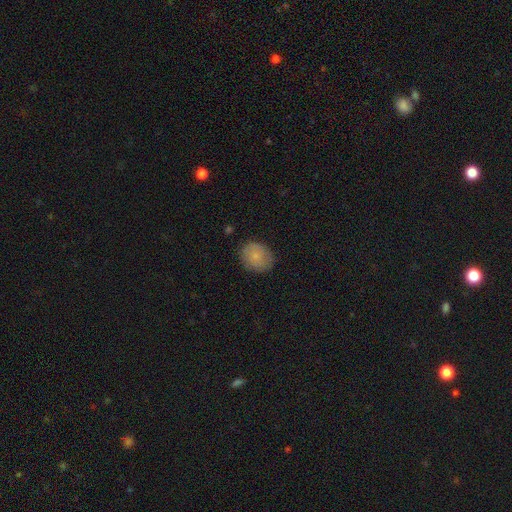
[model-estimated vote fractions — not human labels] Smooth or featured? Predicted: smooth (p=0.73). How rounded? Predicted: round (p=0.69). Merging? Predicted: none (p=0.80).